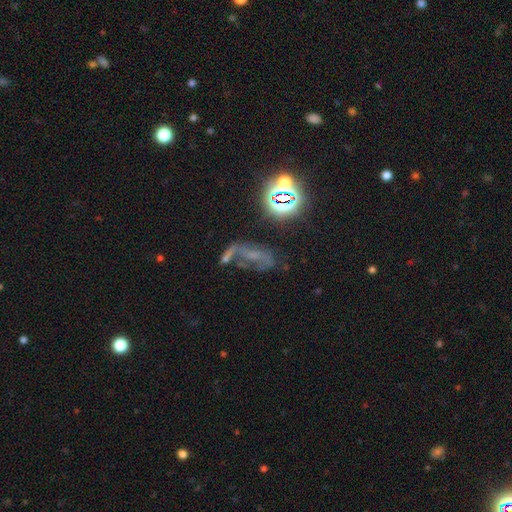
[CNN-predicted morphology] Smooth or featured?
  - featured or disk: 43% *
  - star or artifact: 34%
  - smooth: 22%
Merging?
  - major disturbance: 33% *
  - none: 32%
  - minor disturbance: 18%
  - merger: 18%